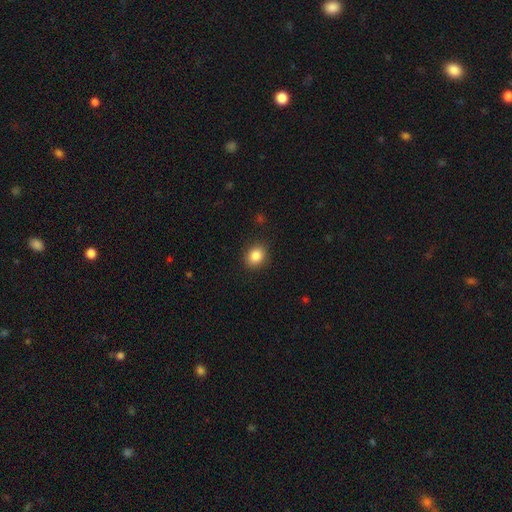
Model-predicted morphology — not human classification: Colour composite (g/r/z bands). It shows a smooth galaxy with no disk features (86%) that is round (60%). Merging: none (89%).